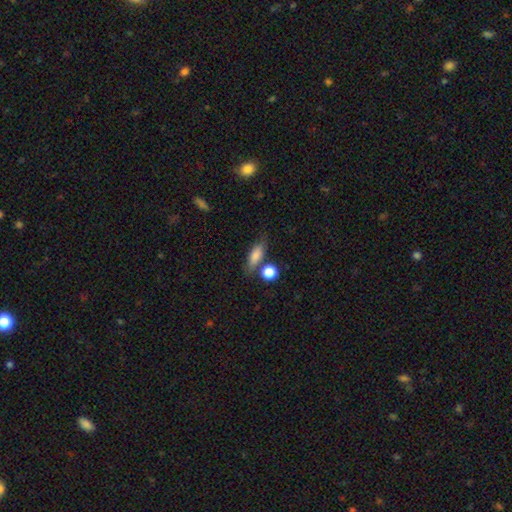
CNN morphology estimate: The model was most divided on "how rounded": in between: 62%, cigar-shaped: 30%, round: 8%. More confident: smooth or featured — smooth (80%); merging — none (66%).